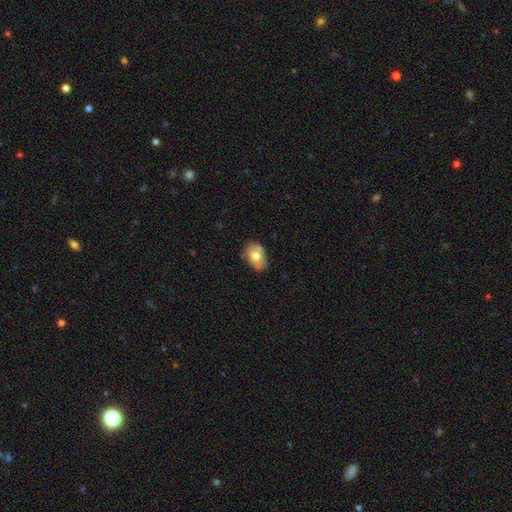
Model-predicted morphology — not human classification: Smooth or featured? smooth (71%)
How rounded? in between (81%)
Merging? none (67%)